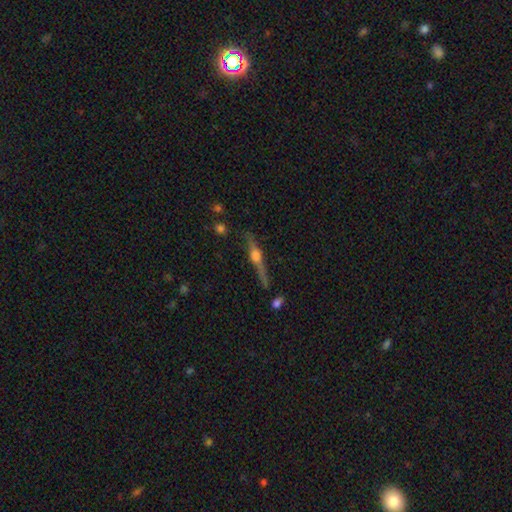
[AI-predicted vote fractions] Q: Smooth or featured?
A: featured or disk (74%); runner-up: smooth (16%)
Q: Edge-on disk?
A: yes (96%); runner-up: no (4%)
Q: Edge-on bulge?
A: rounded (87%); runner-up: boxy (9%)
Q: Merging?
A: none (77%); runner-up: minor disturbance (13%)